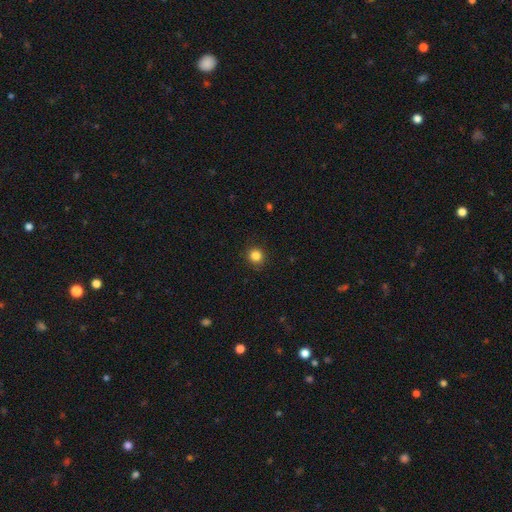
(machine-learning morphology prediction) This is clearly a smooth galaxy (84%). How rounded: clearly round (93%). Merging: clearly none (89%).